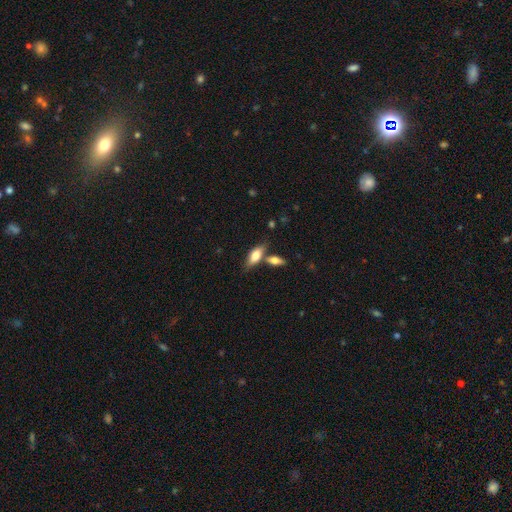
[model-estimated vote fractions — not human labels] This appears to be a smooth galaxy with no disk features (73%) that is in between round and cigar-shaped (79%). Merging: none (56%).